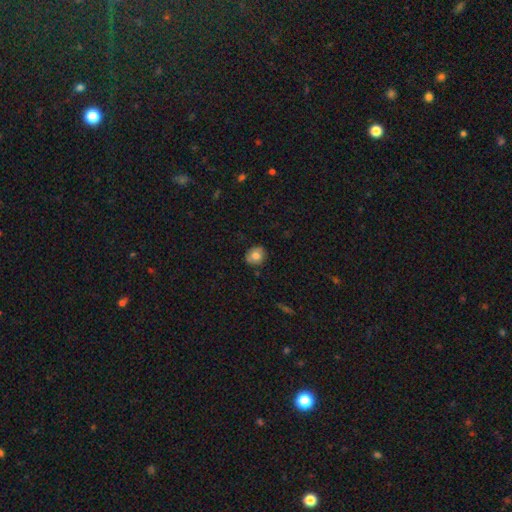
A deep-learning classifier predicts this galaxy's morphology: The model was most divided on "how rounded": round: 73%, in between: 26%, cigar-shaped: 1%. More confident: merging — none (82%); smooth or featured — smooth (74%).